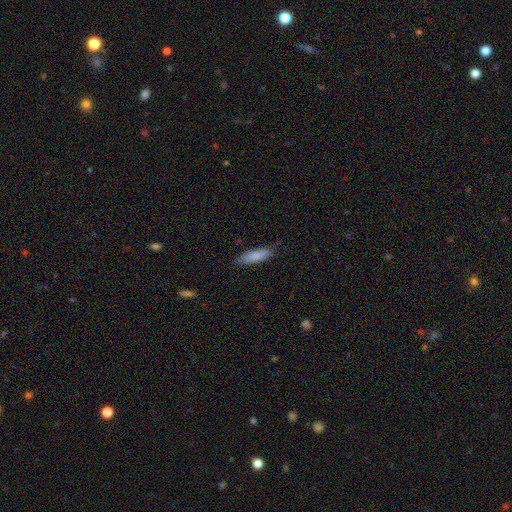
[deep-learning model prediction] smooth-or-featured: smooth: 81% | featured or disk: 13% | star or artifact: 6%
  how-rounded: cigar-shaped: 60% | in between: 38% | round: 2%
  merging: none: 81% | minor disturbance: 15% | major disturbance: 2% | merger: 1%